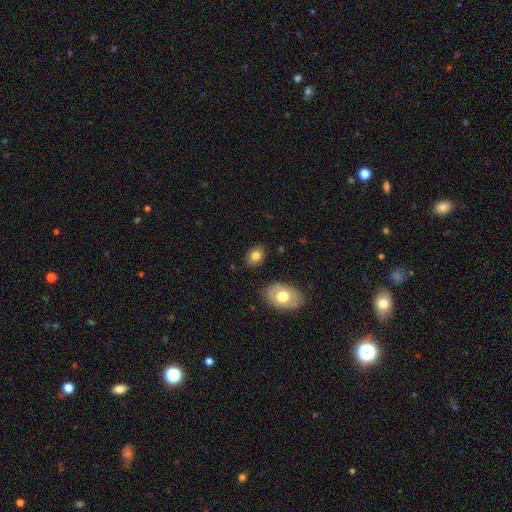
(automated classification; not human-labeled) Smooth or featured? smooth (77%)
How rounded? in between (74%)
Merging? none (84%)